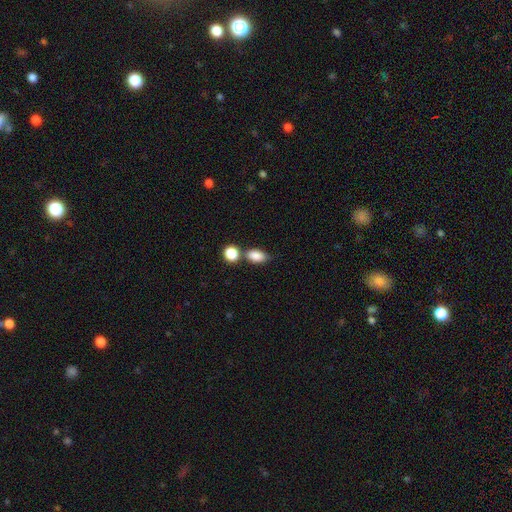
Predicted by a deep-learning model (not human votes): Smooth or featured? smooth (85%)
How rounded? in between (83%)
Merging? none (55%)